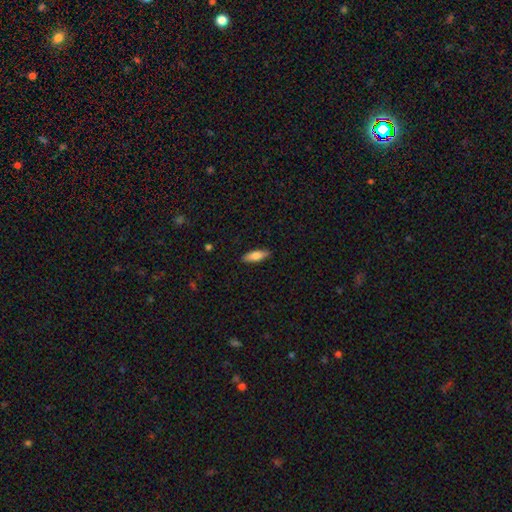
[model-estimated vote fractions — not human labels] smooth-or-featured: smooth: 79% | featured or disk: 15% | star or artifact: 6%
  how-rounded: in between: 55% | cigar-shaped: 43% | round: 2%
  merging: none: 88% | minor disturbance: 9% | major disturbance: 2% | merger: 1%